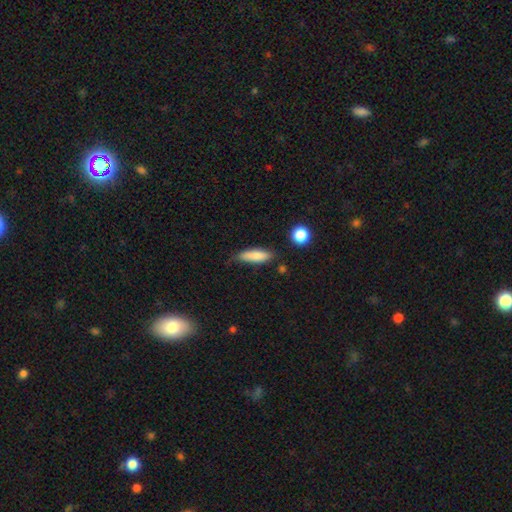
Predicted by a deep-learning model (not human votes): Morphology: type=smooth (82%); roundness=cigar-shaped (52%); merging=none (70%).